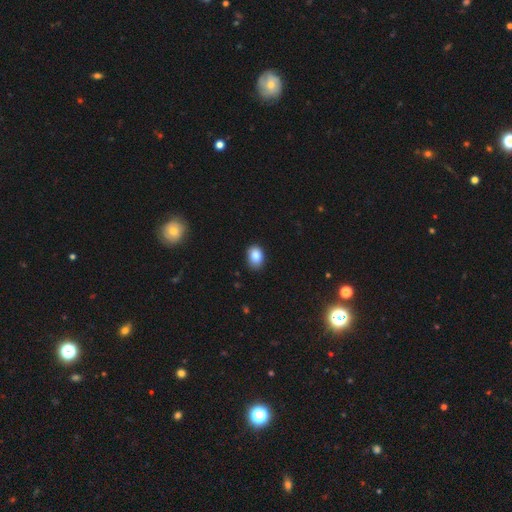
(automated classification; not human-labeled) The model was most divided on "how rounded": in between: 74%, round: 25%, cigar-shaped: 1%. More confident: smooth or featured — smooth (87%); merging — none (81%).